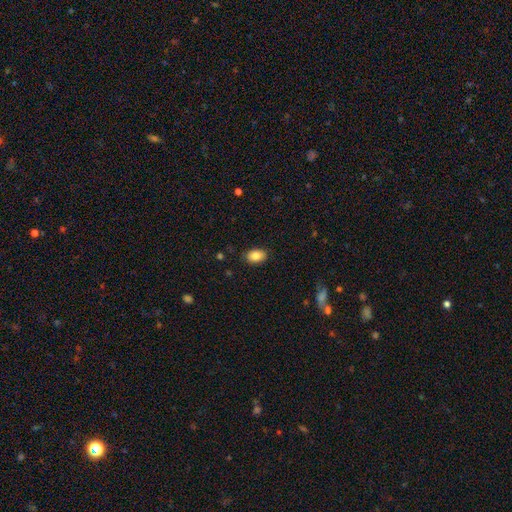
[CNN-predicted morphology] Smooth or featured?
  - smooth: 85% *
  - star or artifact: 8%
  - featured or disk: 7%
How rounded?
  - in between: 83% *
  - round: 15%
  - cigar-shaped: 1%
Merging?
  - none: 87% *
  - minor disturbance: 10%
  - major disturbance: 2%
  - merger: 1%